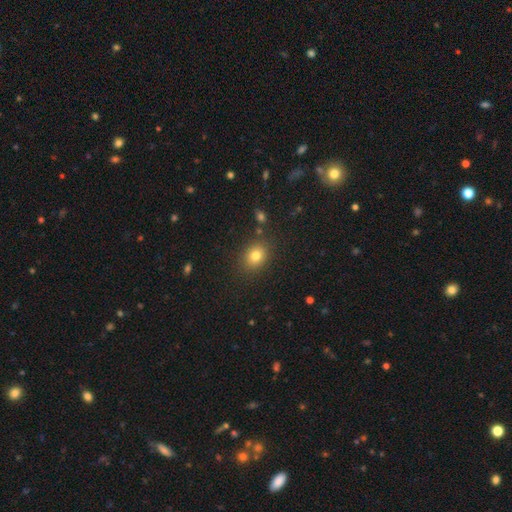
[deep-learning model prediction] smooth 79%, star or artifact 13%, featured or disk 8%. Down the decision tree: how rounded — round (53%); merging — none (85%).